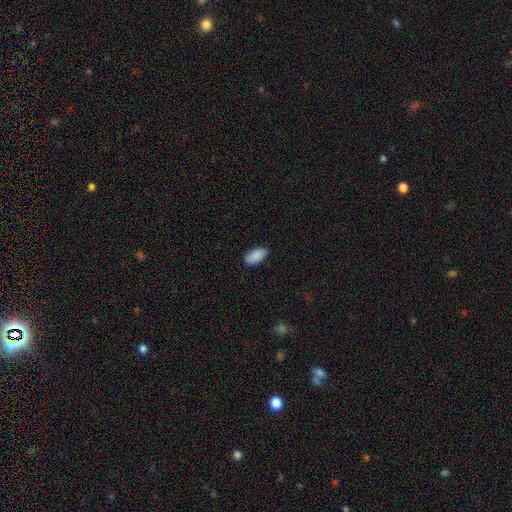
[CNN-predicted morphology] Smooth or featured?
  - smooth: 90% *
  - star or artifact: 6%
  - featured or disk: 3%
How rounded?
  - in between: 94% *
  - cigar-shaped: 3%
  - round: 2%
Merging?
  - none: 87% *
  - minor disturbance: 10%
  - major disturbance: 2%
  - merger: 1%